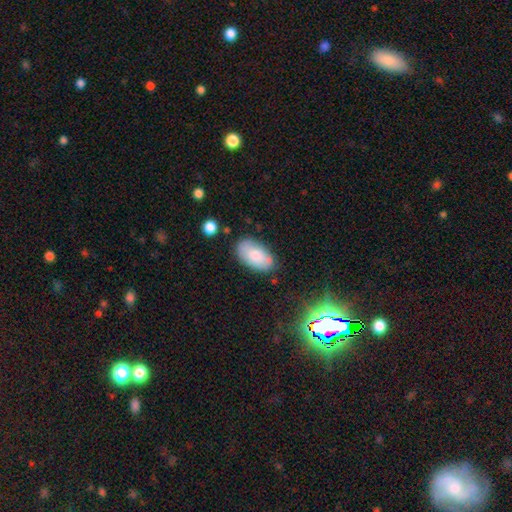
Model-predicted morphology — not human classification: Smooth or featured? smooth (76%)
How rounded? in between (95%)
Merging? none (76%)